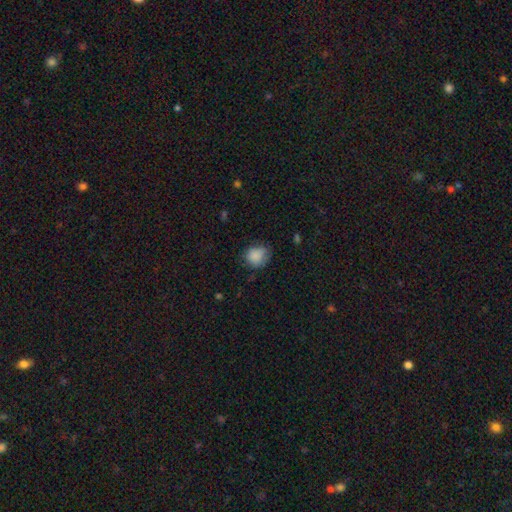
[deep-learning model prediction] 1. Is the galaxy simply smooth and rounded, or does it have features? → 86% smooth, 8% star or artifact, 6% featured or disk.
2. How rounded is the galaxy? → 72% round, 28% in between, 1% cigar-shaped.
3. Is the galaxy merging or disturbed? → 67% none, 25% minor disturbance, 6% major disturbance, 1% merger.